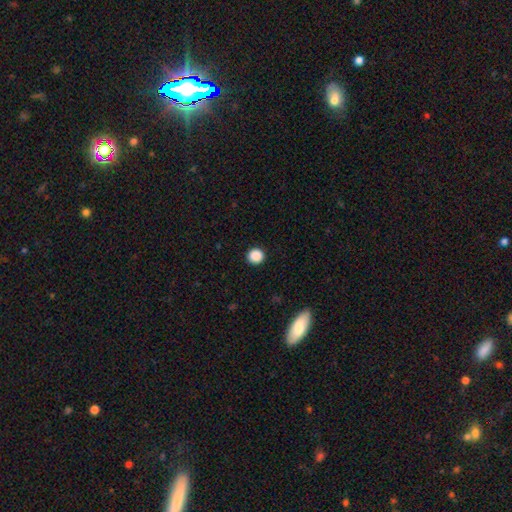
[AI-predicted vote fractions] Morphology: type=smooth (88%); roundness=round (93%); merging=none (92%).